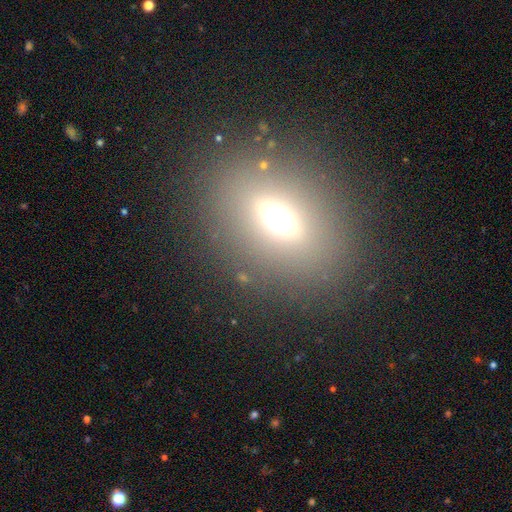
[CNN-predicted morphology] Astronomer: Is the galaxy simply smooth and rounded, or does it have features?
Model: smooth — 59%.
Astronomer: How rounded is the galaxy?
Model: in between — 71%.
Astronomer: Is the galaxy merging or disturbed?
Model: none — 85%.